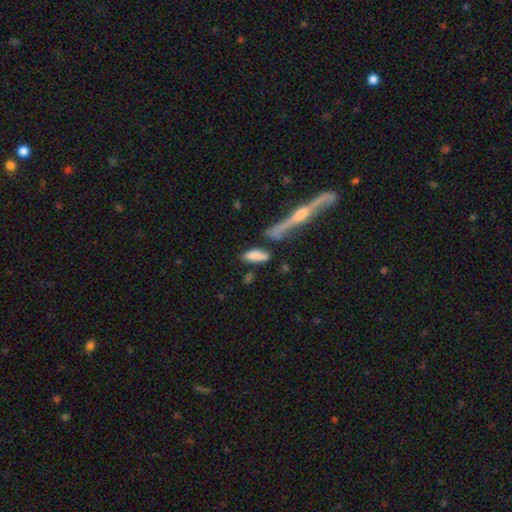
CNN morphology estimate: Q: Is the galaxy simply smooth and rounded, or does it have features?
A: smooth — 79%.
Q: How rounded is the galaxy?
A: in between — 56%.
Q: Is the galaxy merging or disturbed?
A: none — 56%.